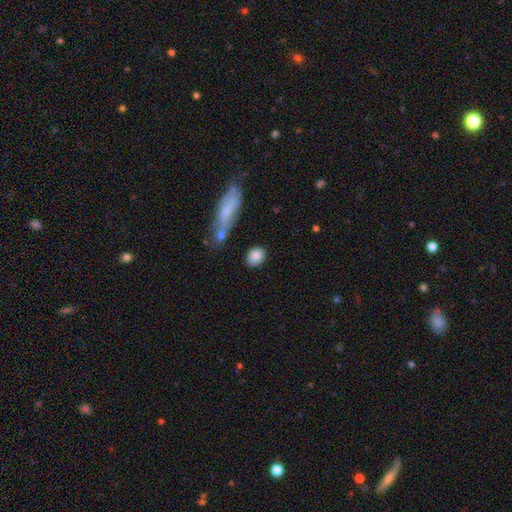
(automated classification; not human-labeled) This appears to be a smooth galaxy with no disk features (86%) that is in between round and cigar-shaped (54%). Merging: none (76%).